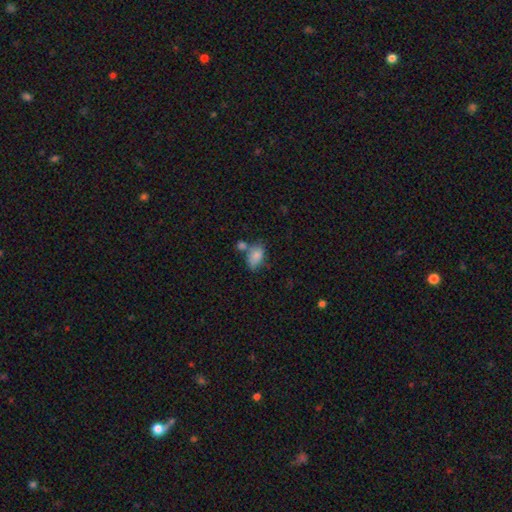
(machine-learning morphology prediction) Smooth or featured? Predicted: smooth (p=0.83). How rounded? Predicted: in between (p=0.89). Merging? Predicted: none (p=0.40).